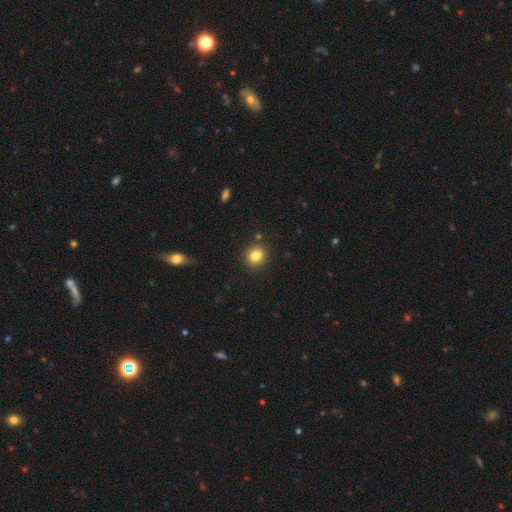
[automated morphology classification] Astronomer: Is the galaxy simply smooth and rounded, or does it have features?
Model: smooth — 82%.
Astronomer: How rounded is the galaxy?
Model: round — 80%.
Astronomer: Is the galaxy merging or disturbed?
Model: none — 88%.